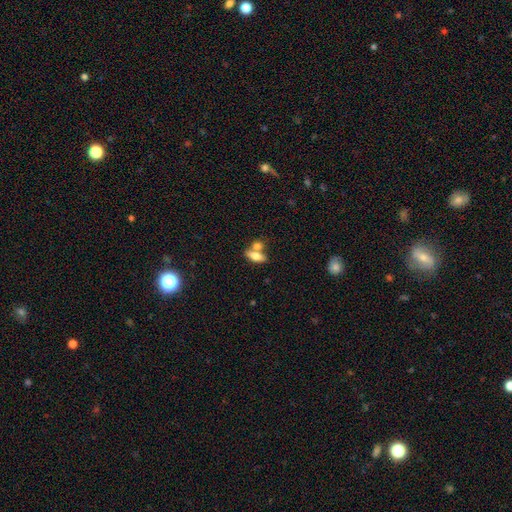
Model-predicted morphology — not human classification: A smooth galaxy with no disk features (67%) that is in between round and cigar-shaped (72%).

Vote fractions:
- Smooth or featured? smooth: 67% / featured or disk: 25% / star or artifact: 8%
- How rounded? in between: 72% / cigar-shaped: 22% / round: 6%
- Merging? none: 46% / merger: 41% / minor disturbance: 9% / major disturbance: 4%